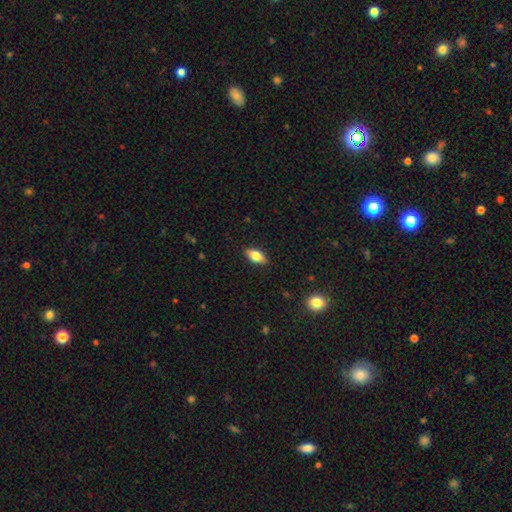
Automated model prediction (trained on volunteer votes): This is likely a smooth galaxy (74%). How rounded: clearly in between (86%). Merging: clearly none (88%).